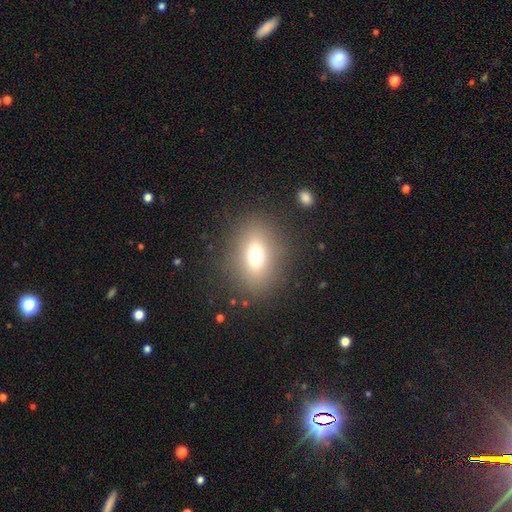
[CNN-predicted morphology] Smooth or featured? Predicted: smooth (p=0.68). How rounded? Predicted: in between (p=0.62). Merging? Predicted: none (p=0.85).